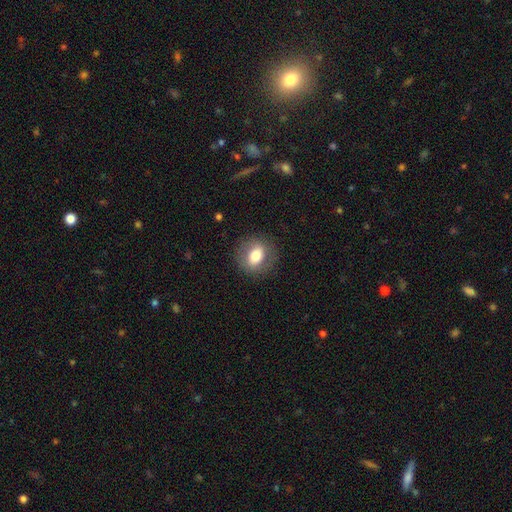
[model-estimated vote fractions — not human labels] Smooth or featured? smooth (68%)
How rounded? round (54%)
Merging? none (83%)